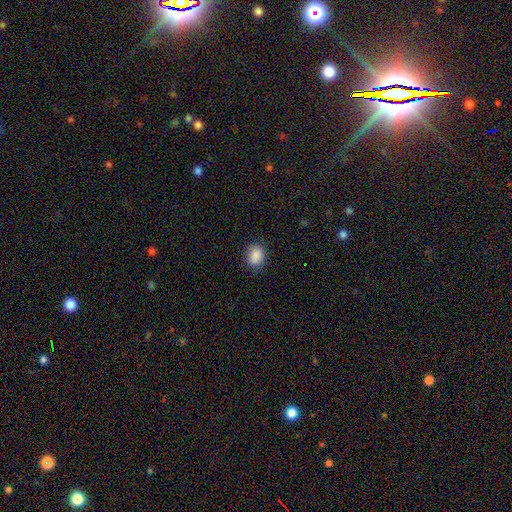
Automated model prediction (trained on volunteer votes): smooth-or-featured: smooth: 89% | star or artifact: 8% | featured or disk: 3%
  how-rounded: in between: 61% | round: 38% | cigar-shaped: 1%
  merging: none: 83% | minor disturbance: 13% | major disturbance: 3% | merger: 1%